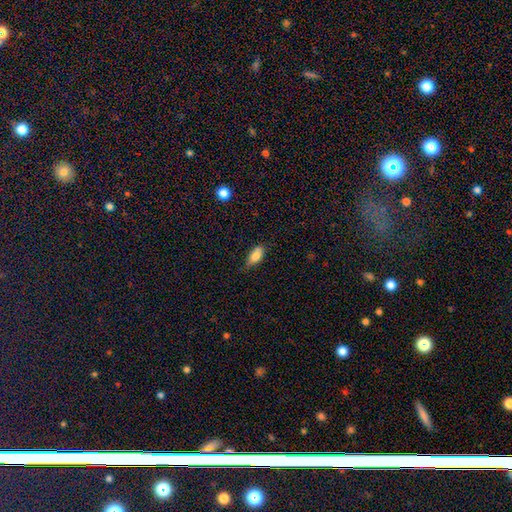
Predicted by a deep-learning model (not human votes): A smooth galaxy with no disk features (78%) that is in between round and cigar-shaped (84%). Merging: none (66%).